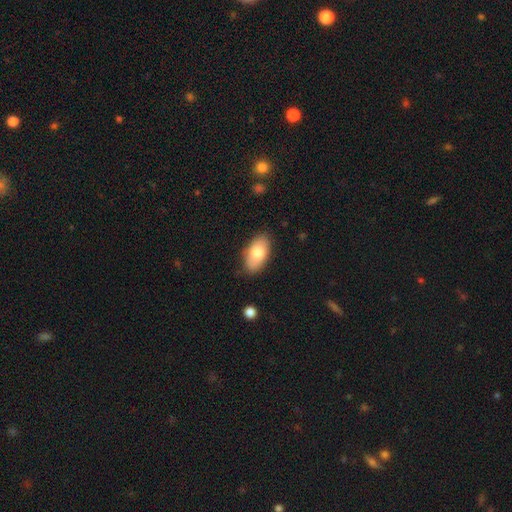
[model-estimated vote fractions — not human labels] This is likely a smooth galaxy (76%). How rounded: clearly in between (94%). Merging: clearly none (82%).